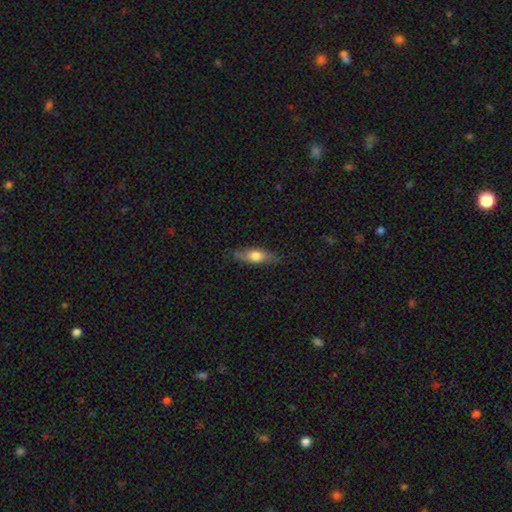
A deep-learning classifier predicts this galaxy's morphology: Smooth or featured: smooth — 58% (featured or disk — 36%)
How rounded: cigar-shaped — 50% (in between — 47%)
Merging: none — 81% (minor disturbance — 15%)